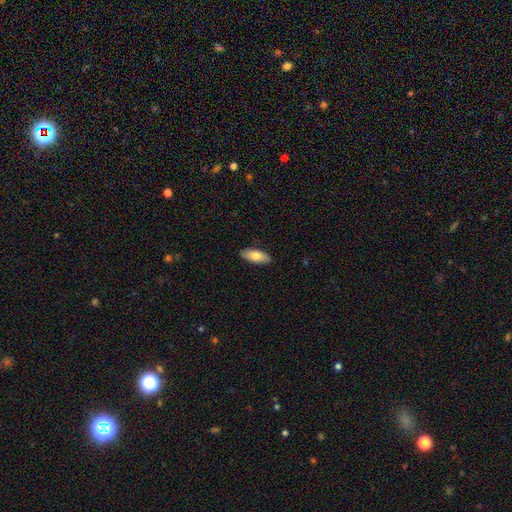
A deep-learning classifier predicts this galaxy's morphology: Smooth or featured? Predicted: smooth (p=0.78). How rounded? Predicted: in between (p=0.83). Merging? Predicted: none (p=0.89).